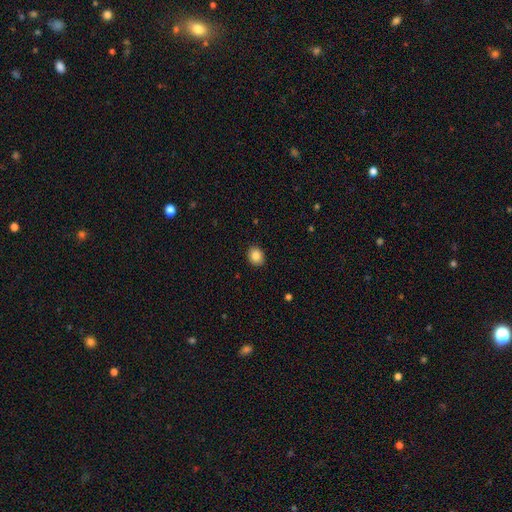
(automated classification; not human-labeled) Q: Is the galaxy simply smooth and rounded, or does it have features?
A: smooth — 85%.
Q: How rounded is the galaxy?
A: round — 52%.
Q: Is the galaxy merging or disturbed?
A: none — 90%.